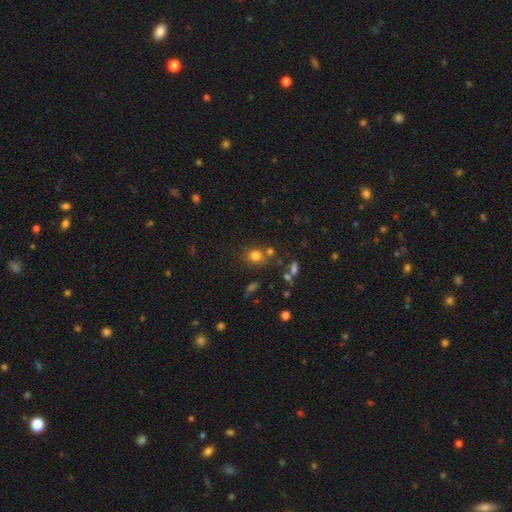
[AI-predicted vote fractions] smooth_or_featured: smooth (p=0.76) [alt: star or artifact p=0.16]
how_rounded: round (p=0.80) [alt: in between p=0.19]
merging: none (p=0.68) [alt: merger p=0.17]